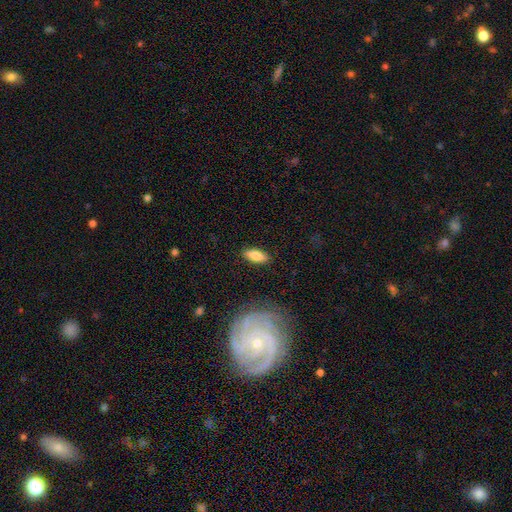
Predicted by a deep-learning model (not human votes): This appears to be a smooth galaxy with no disk features (78%) that is in between round and cigar-shaped (79%). Merging: none (87%).